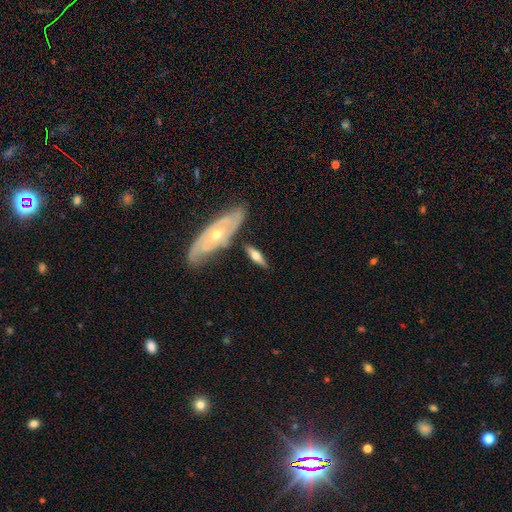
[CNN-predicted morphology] Smooth or featured: featured or disk — 50% (smooth — 45%)
Merging: none — 68% (minor disturbance — 16%)